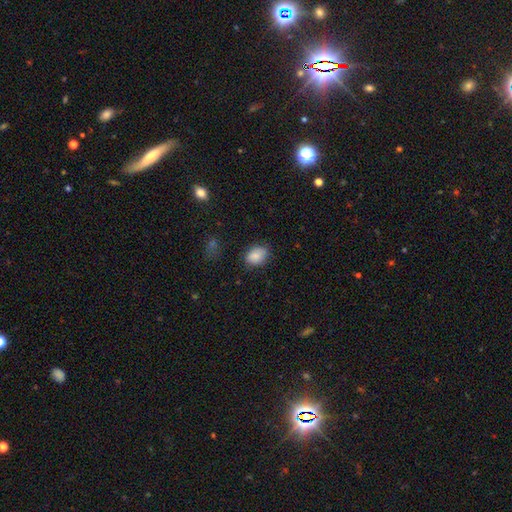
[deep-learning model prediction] Morphology: type=smooth (87%); roundness=in between (79%); merging=none (74%).